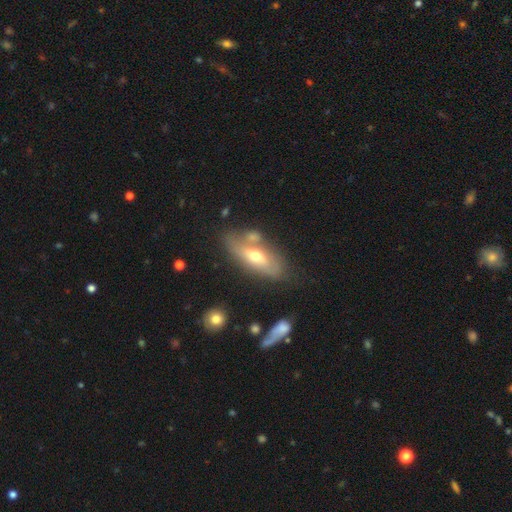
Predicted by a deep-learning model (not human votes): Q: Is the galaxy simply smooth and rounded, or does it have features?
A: featured or disk — 47%.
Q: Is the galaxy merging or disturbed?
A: none — 57%.